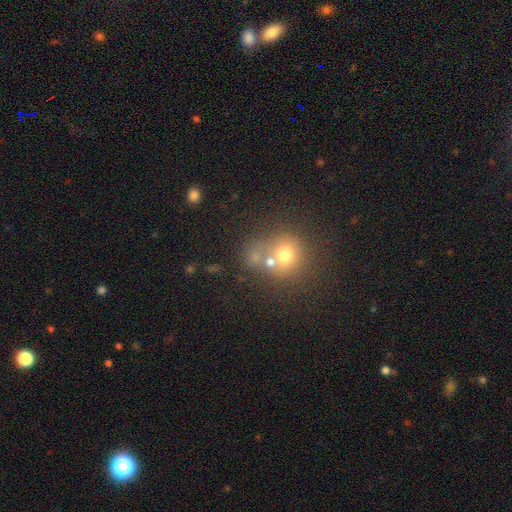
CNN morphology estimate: smooth 62%, star or artifact 19%, featured or disk 18%. Down the decision tree: how rounded — round (77%); merging — merger (46%).